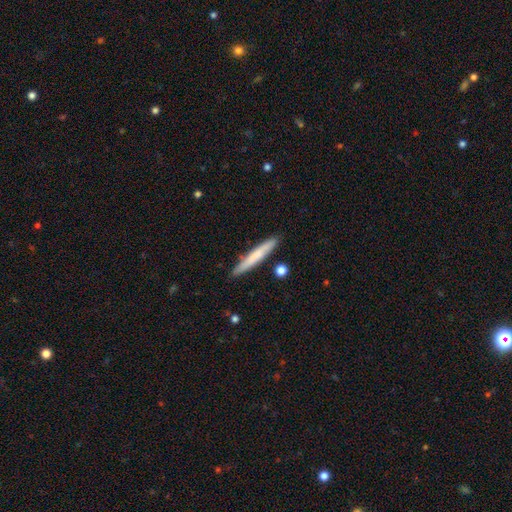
A smooth galaxy with no disk features (74%) that is cigar-shaped (96%).

Vote fractions:
- Smooth or featured? smooth: 74% / featured or disk: 21% / star or artifact: 5%
- How rounded? cigar-shaped: 96% / in between: 4% / round: 0%
- Merging? none: 89% / minor disturbance: 11% / major disturbance: 0% / merger: 0%